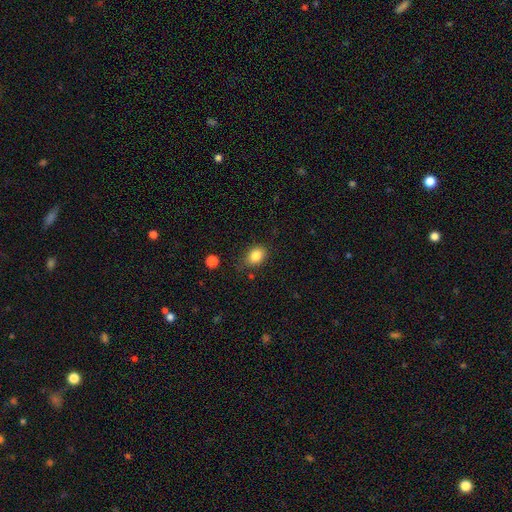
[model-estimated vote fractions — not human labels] This appears to be a smooth galaxy with no disk features (84%) that is in between round and cigar-shaped (61%). Merging: none (76%).